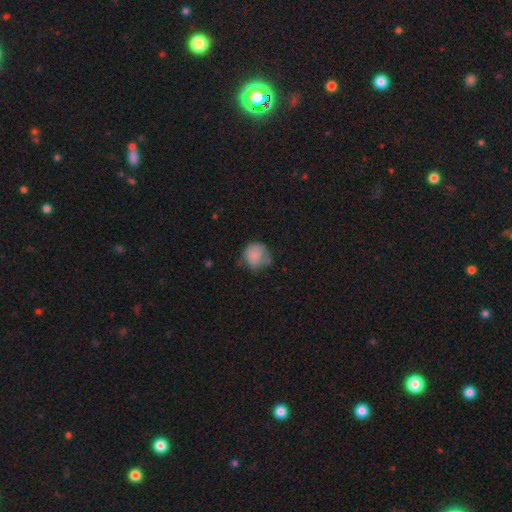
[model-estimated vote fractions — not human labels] Smooth or featured? Predicted: smooth (p=0.78). How rounded? Predicted: round (p=0.80). Merging? Predicted: none (p=0.48).